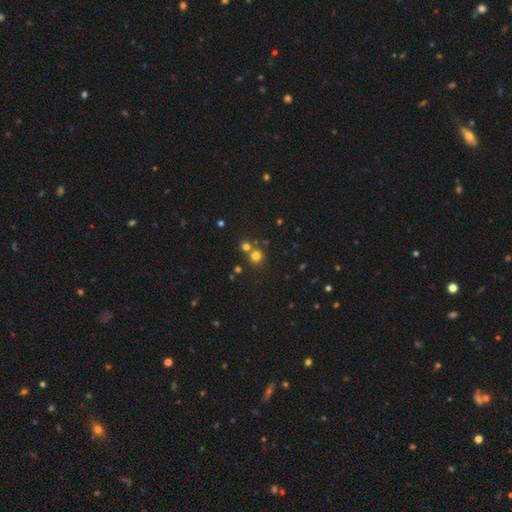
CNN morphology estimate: Smooth or featured? Predicted: smooth (p=0.73). How rounded? Predicted: round (p=0.89). Merging? Predicted: none (p=0.65).